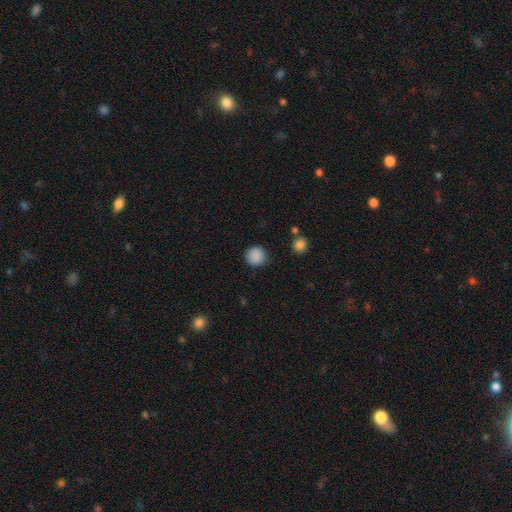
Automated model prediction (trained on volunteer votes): smooth-or-featured: smooth: 88% | star or artifact: 9% | featured or disk: 3%
  how-rounded: round: 93% | in between: 6% | cigar-shaped: 1%
  merging: none: 88% | minor disturbance: 8% | major disturbance: 2% | merger: 2%